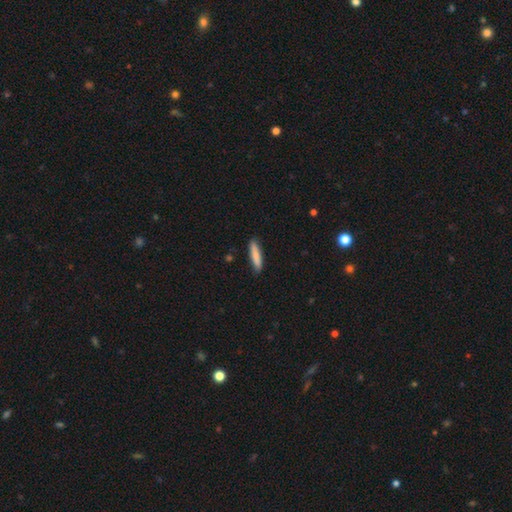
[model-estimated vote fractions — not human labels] Smooth or featured?
  - smooth: 83% *
  - featured or disk: 12%
  - star or artifact: 6%
How rounded?
  - cigar-shaped: 85% *
  - in between: 14%
  - round: 1%
Merging?
  - none: 87% *
  - minor disturbance: 10%
  - major disturbance: 2%
  - merger: 1%